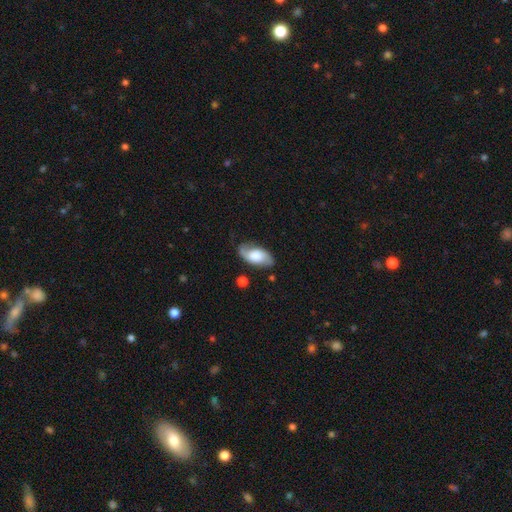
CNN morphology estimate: A featured or disk galaxy (59%) with no bar (63%), spiral arms (88%) and a large central bulge (46%). Merging: none (74%).